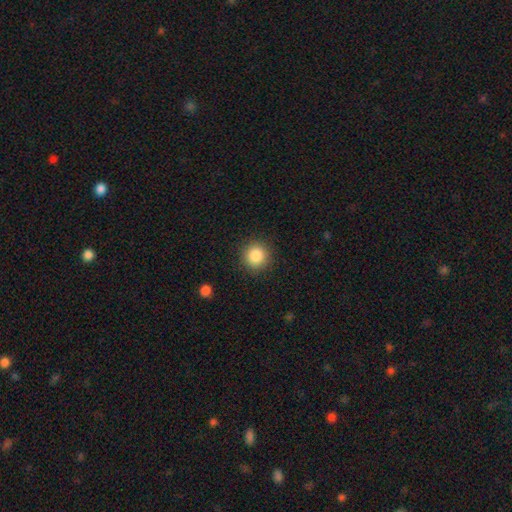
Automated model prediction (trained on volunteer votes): Overall: smooth (86%). How rounded: round (93%). Merging: none (90%).